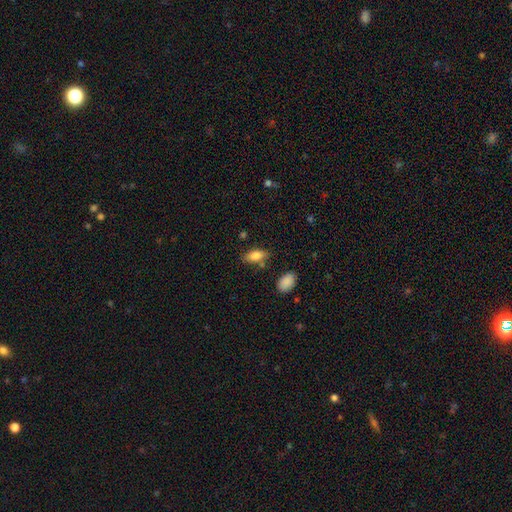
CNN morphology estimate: Q: Smooth or featured?
A: smooth (84%); runner-up: featured or disk (9%)
Q: How rounded?
A: in between (86%); runner-up: cigar-shaped (10%)
Q: Merging?
A: none (74%); runner-up: minor disturbance (15%)